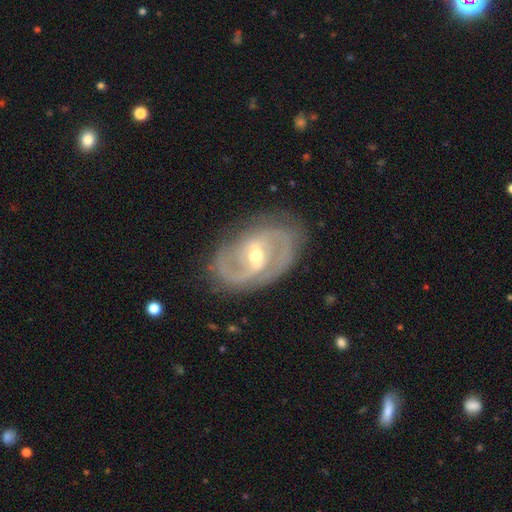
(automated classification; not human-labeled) This is clearly a featured or disk galaxy (88%). It is clearly not viewed edge-on (96%). Bar: possibly weak (48%). Spiral arm pattern: clearly yes (95%). Spiral arm count: likely 2 (79%). Spiral winding: possibly medium (49%). Central bulge: possibly moderate (53%). Merging: likely none (79%).